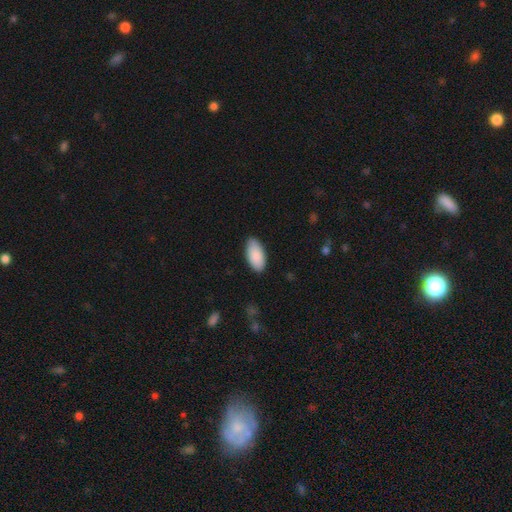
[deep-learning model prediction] This appears to be a smooth galaxy with no disk features (89%) that is in between round and cigar-shaped (94%). Merging: none (84%).